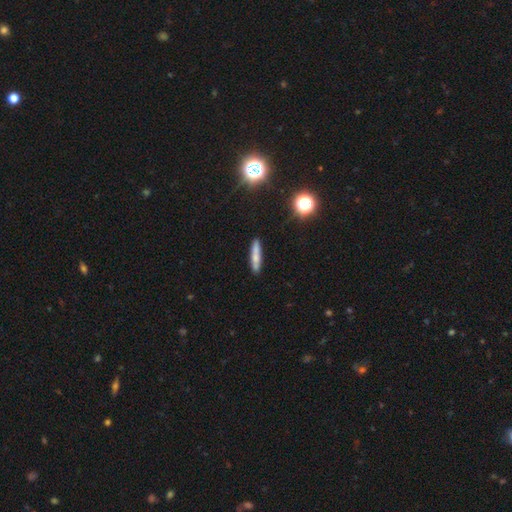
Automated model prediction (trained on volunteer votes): Smooth or featured? smooth (67%)
How rounded? cigar-shaped (86%)
Merging? none (84%)